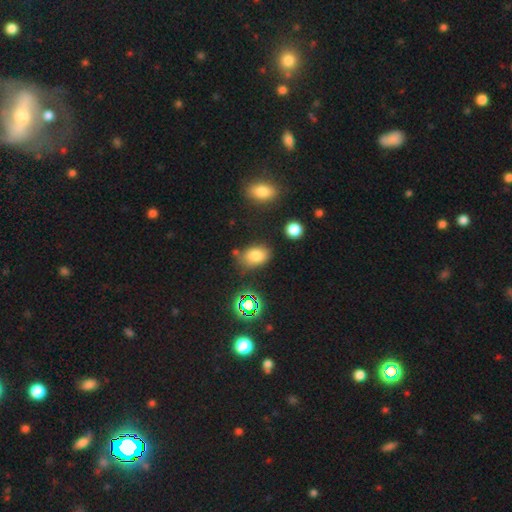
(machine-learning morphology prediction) Smooth or featured: smooth — 77% (star or artifact — 14%)
How rounded: in between — 83% (round — 16%)
Merging: none — 72% (minor disturbance — 17%)